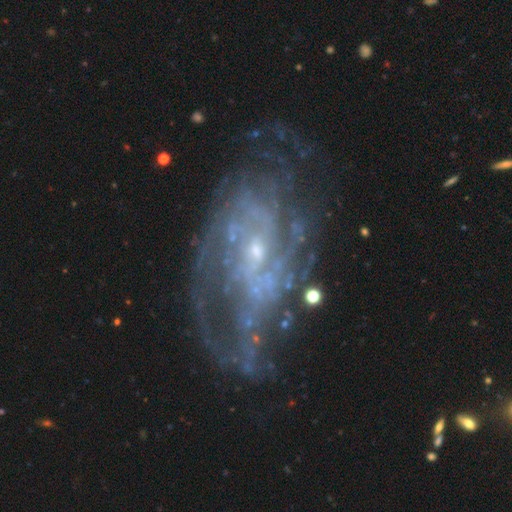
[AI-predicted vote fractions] Overall: featured or disk (85%). Edge-on disk: no (96%). Bar: no (57%; weak 34%). Spiral arms: yes (89%). Spiral arm count: can't tell (42%; 2 21%). Spiral winding: tight (47%; medium 38%). Bulge size: small (77%). Merging: none (61%).